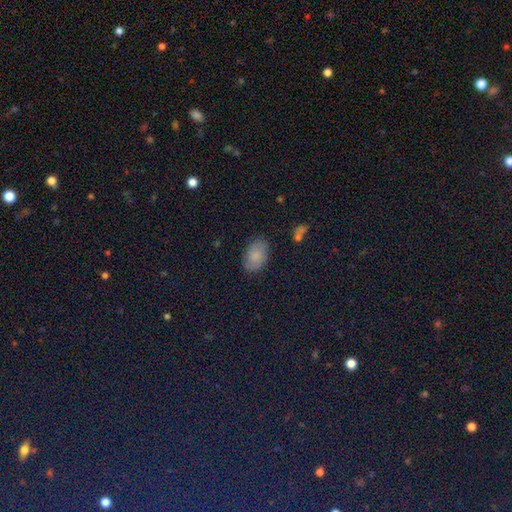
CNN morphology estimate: type=smooth (72%); roundness=in between (88%); merging=none (81%).